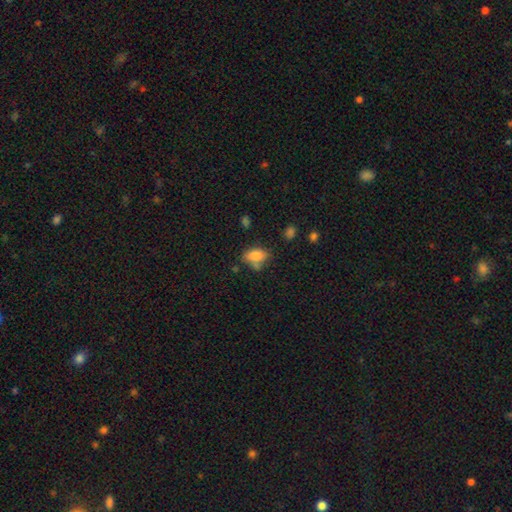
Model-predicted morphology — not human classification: The model was most divided on "merging": none: 55%, minor disturbance: 24%, merger: 13%, major disturbance: 8%. More confident: how rounded — in between (86%); smooth or featured — smooth (80%).